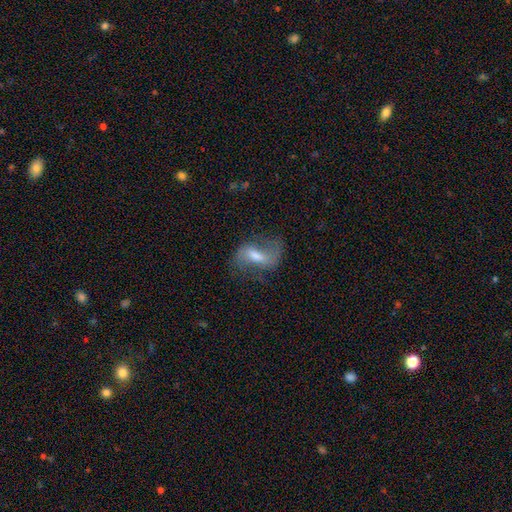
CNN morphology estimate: Smooth or featured?
  - featured or disk: 68% *
  - smooth: 23%
  - star or artifact: 9%
Edge-on disk?
  - no: 94% *
  - yes: 6%
Bar?
  - weak: 48% *
  - strong: 34%
  - no: 18%
Spiral arms?
  - yes: 87% *
  - no: 13%
Spiral winding?
  - loose: 67% *
  - medium: 27%
  - tight: 7%
Spiral arm count?
  - 2: 85% *
  - 1: 6%
  - can't tell: 6%
  - 3: 1%
  - 4: 1%
  - more than 4: 1%
Bulge size?
  - moderate: 49% *
  - small: 26%
  - large: 13%
  - none: 10%
  - dominant: 2%
Merging?
  - none: 58% *
  - minor disturbance: 21%
  - major disturbance: 19%
  - merger: 2%